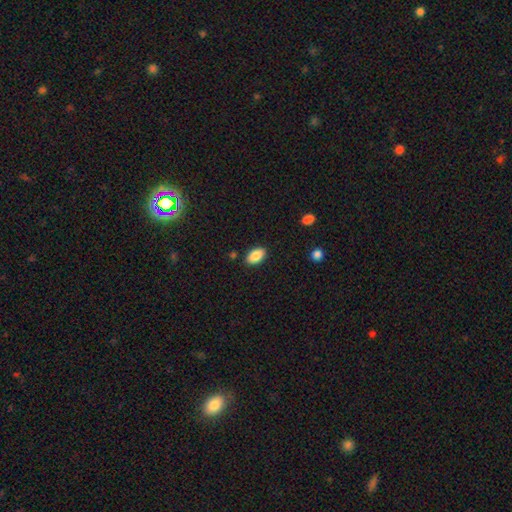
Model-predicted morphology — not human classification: Smooth or featured? Predicted: smooth (p=0.87). How rounded? Predicted: in between (p=0.93). Merging? Predicted: none (p=0.87).